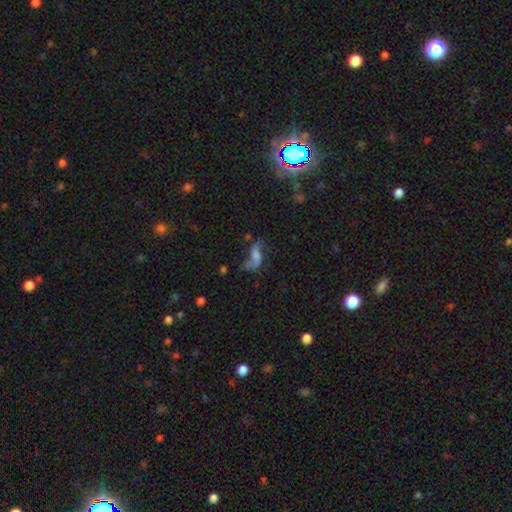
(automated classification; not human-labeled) Smooth or featured: featured or disk — 56% (smooth — 29%)
Edge-on disk: no — 91% (yes — 9%)
Bar: no — 53% (weak — 34%)
Spiral arms: yes — 79% (no — 21%)
Bulge size: none — 34% (small — 27%)
Merging: none — 41% (major disturbance — 32%)